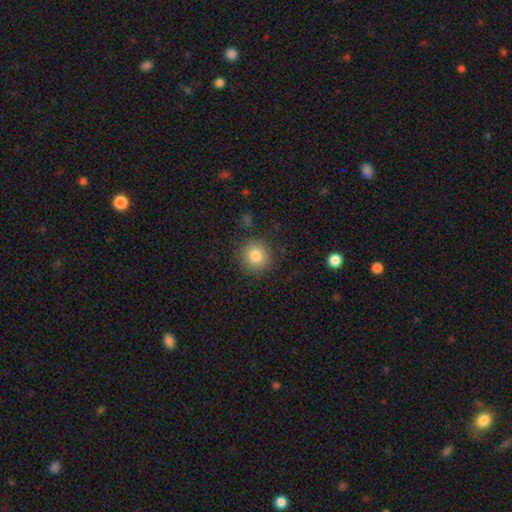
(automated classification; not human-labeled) This is clearly a smooth galaxy (83%). How rounded: clearly round (93%). Merging: clearly none (88%).